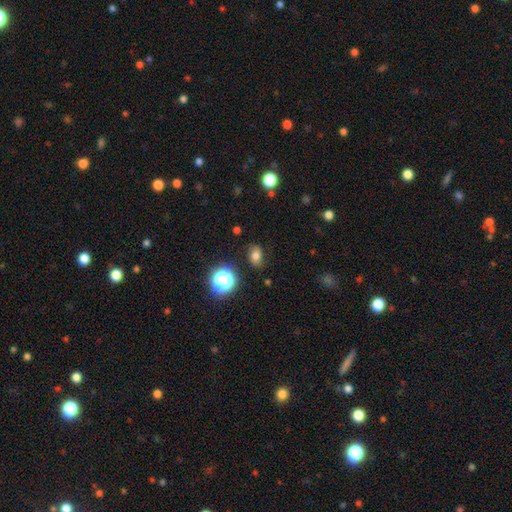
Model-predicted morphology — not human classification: This appears to be a smooth galaxy with no disk features (73%) that is in between round and cigar-shaped (72%). Merging: none (80%).